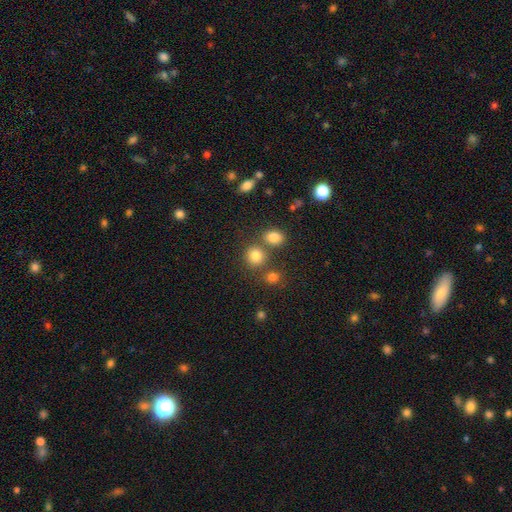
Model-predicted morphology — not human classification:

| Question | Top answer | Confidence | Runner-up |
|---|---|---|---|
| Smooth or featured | smooth | 79% | star or artifact (14%) |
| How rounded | round | 81% | in between (18%) |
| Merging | none | 67% | merger (20%) |